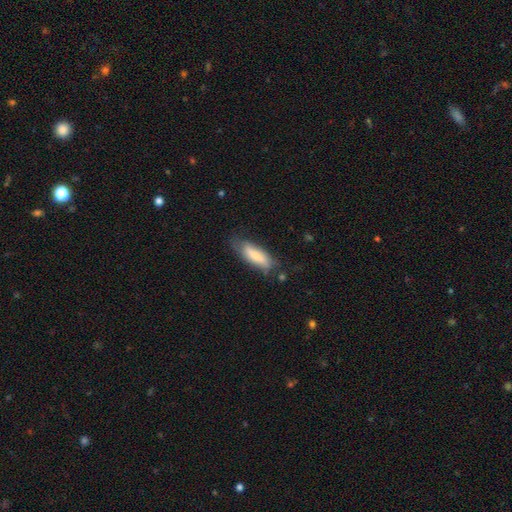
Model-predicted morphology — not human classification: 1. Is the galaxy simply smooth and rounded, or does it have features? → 70% smooth, 24% featured or disk, 6% star or artifact.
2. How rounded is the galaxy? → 58% in between, 40% cigar-shaped, 2% round.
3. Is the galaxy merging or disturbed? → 62% none, 27% minor disturbance, 8% major disturbance, 3% merger.